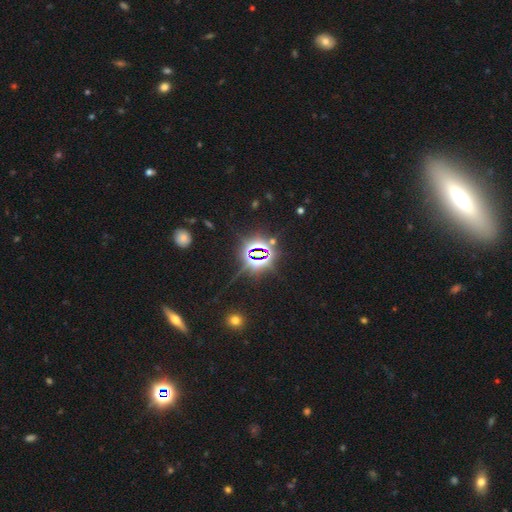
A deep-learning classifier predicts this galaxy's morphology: Q: Smooth or featured?
A: star or artifact (82%); runner-up: featured or disk (9%)